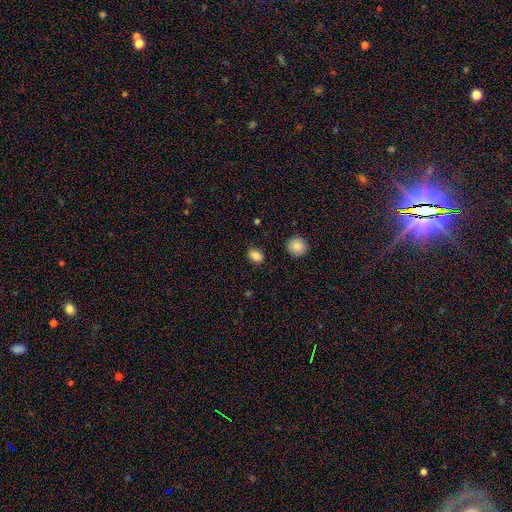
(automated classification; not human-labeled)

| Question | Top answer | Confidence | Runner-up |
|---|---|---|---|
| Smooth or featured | smooth | 85% | star or artifact (10%) |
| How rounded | in between | 63% | round (36%) |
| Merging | none | 86% | minor disturbance (10%) |